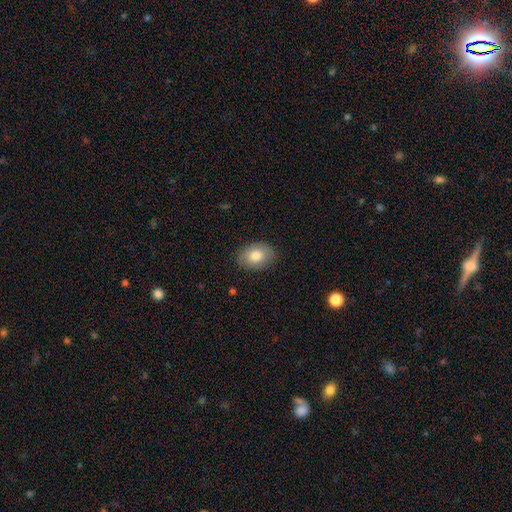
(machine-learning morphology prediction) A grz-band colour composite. It shows a smooth galaxy with no disk features (81%) that is in between round and cigar-shaped (78%). Merging: none (86%).